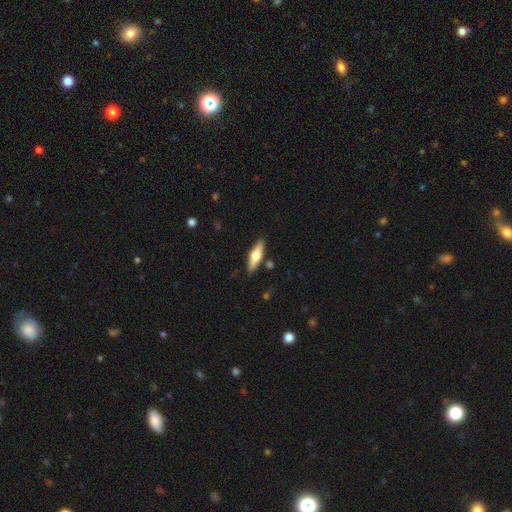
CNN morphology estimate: This appears to be a smooth galaxy with no disk features (51%) that is cigar-shaped (64%). Merging: none (86%).